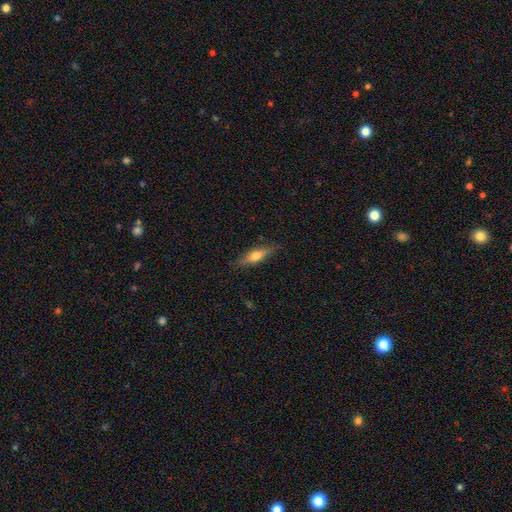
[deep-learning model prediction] smooth-or-featured: smooth: 56% | featured or disk: 38% | star or artifact: 6%
  how-rounded: cigar-shaped: 59% | in between: 38% | round: 3%
  merging: none: 84% | minor disturbance: 12% | major disturbance: 3% | merger: 1%